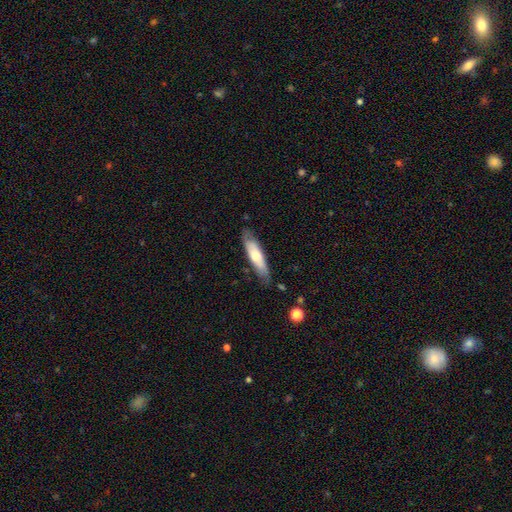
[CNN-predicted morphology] The model was most divided on "smooth or featured": smooth: 57%, featured or disk: 38%, star or artifact: 5%. More confident: merging — none (76%); how rounded — cigar-shaped (70%).